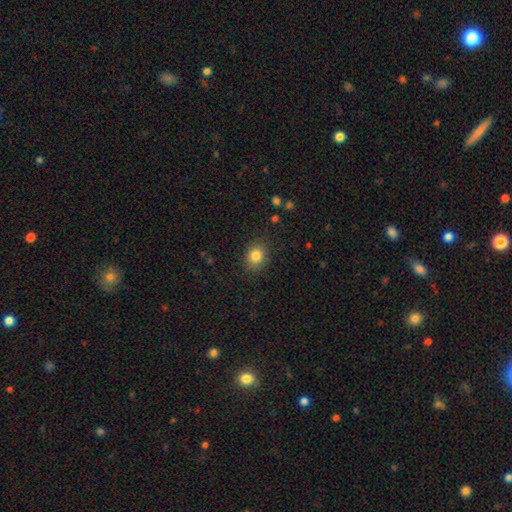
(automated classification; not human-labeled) The model was most divided on "how rounded": round: 69%, in between: 30%, cigar-shaped: 1%. More confident: merging — none (87%); smooth or featured — smooth (83%).